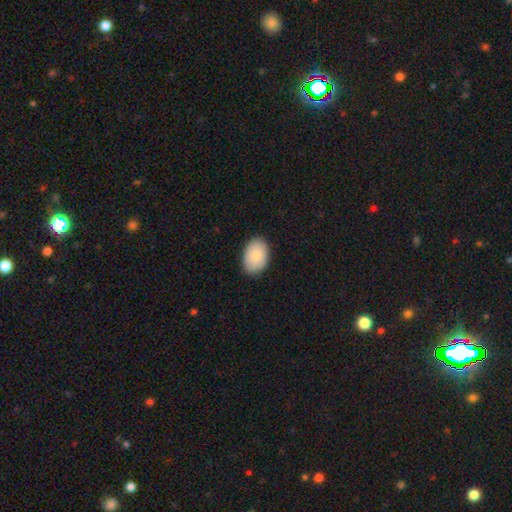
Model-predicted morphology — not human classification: Overall: smooth (87%). How rounded: in between (87%). Merging: none (86%).